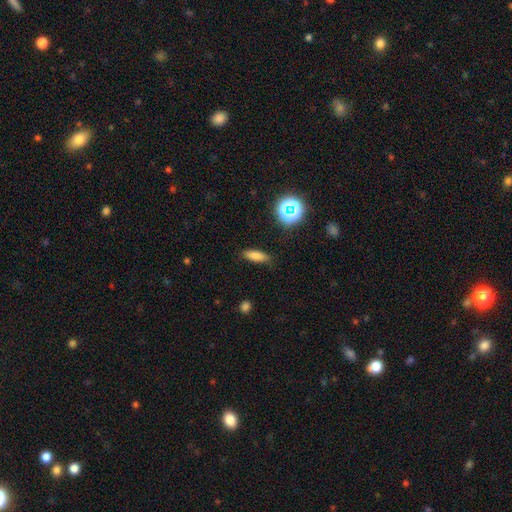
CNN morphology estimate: Smooth or featured: smooth — 78% (star or artifact — 13%)
How rounded: in between — 55% (cigar-shaped — 40%)
Merging: none — 83% (minor disturbance — 13%)